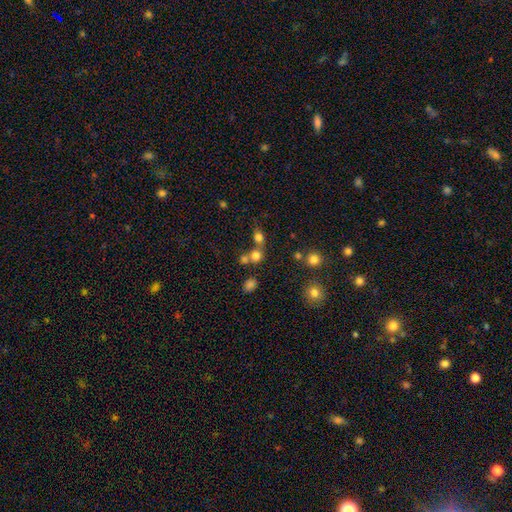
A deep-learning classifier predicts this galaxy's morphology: Smooth or featured? Predicted: smooth (p=0.73). How rounded? Predicted: round (p=0.77). Merging? Predicted: none (p=0.49).